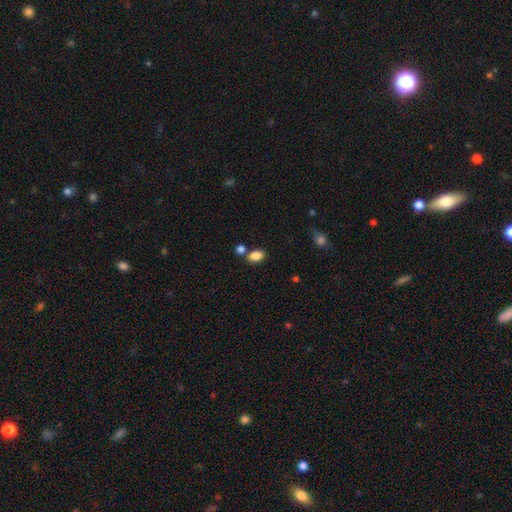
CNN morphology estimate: A smooth galaxy with no disk features (86%) that is in between round and cigar-shaped (80%).

Vote fractions:
- Smooth or featured? smooth: 86% / star or artifact: 9% / featured or disk: 5%
- How rounded? in between: 80% / round: 19% / cigar-shaped: 1%
- Merging? none: 67% / merger: 18% / minor disturbance: 11% / major disturbance: 3%